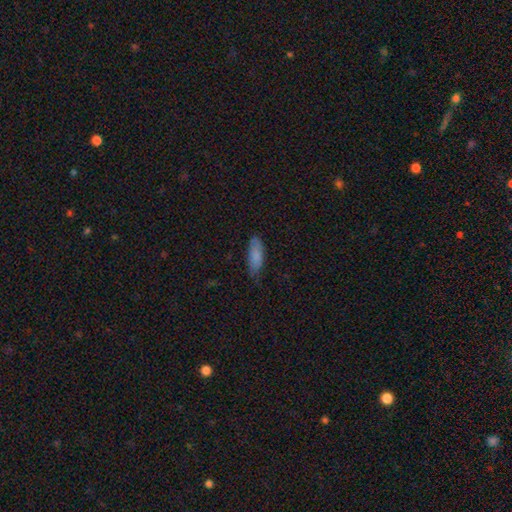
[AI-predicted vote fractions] Smooth or featured? smooth (81%)
How rounded? in between (69%)
Merging? none (67%)